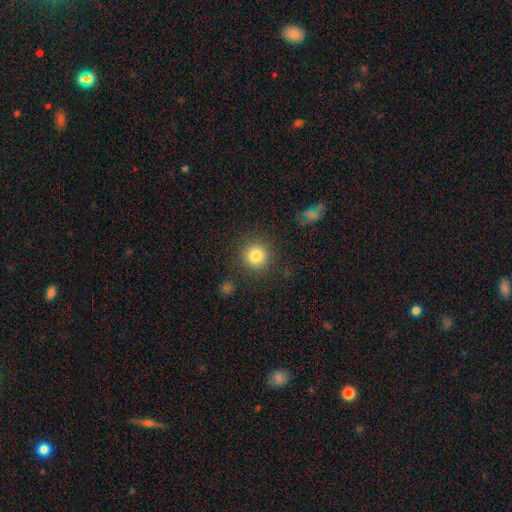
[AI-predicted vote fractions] Smooth or featured? Predicted: smooth (p=0.83). How rounded? Predicted: round (p=0.94). Merging? Predicted: none (p=0.88).